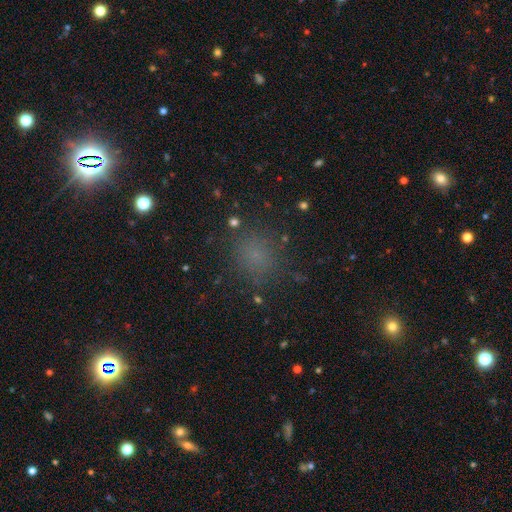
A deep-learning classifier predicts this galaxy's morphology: A smooth galaxy with no disk features (68%) that is round (75%). Merging: none (82%).